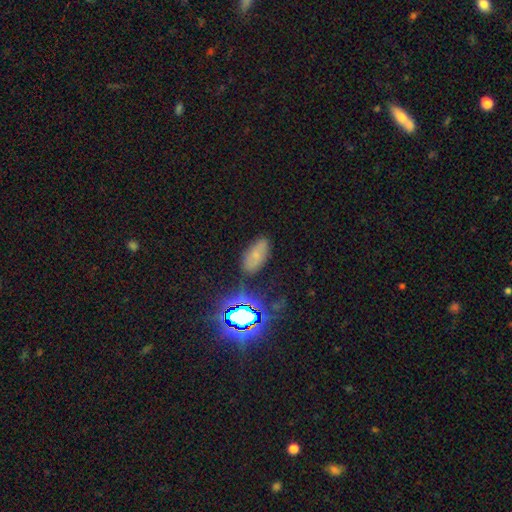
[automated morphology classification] Smooth or featured? smooth (54%)
How rounded? in between (91%)
Merging? none (73%)